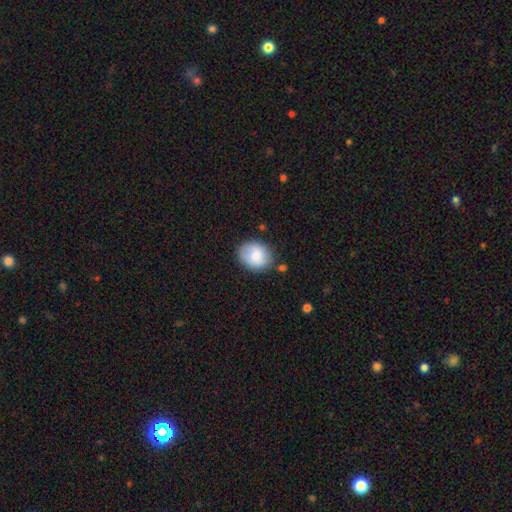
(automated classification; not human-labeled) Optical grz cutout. It shows a smooth galaxy with no disk features (78%) that is round (56%). Merging: none (78%).